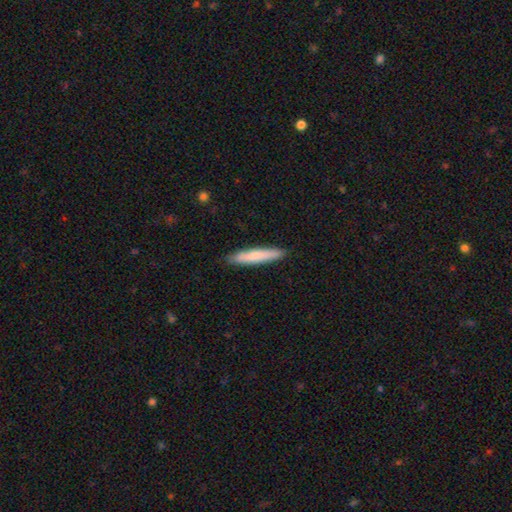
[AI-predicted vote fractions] smooth_or_featured: smooth (p=0.75) [alt: featured or disk p=0.20]
how_rounded: cigar-shaped (p=0.91) [alt: in between p=0.08]
merging: none (p=0.89) [alt: minor disturbance p=0.09]